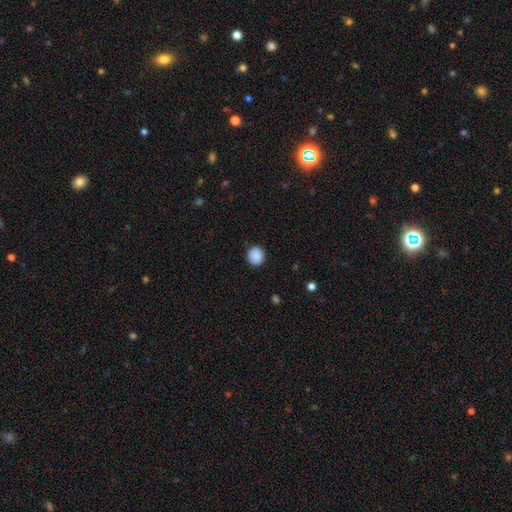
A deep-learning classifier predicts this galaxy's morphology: This is clearly a smooth galaxy (89%). How rounded: clearly round (89%). Merging: clearly none (91%).